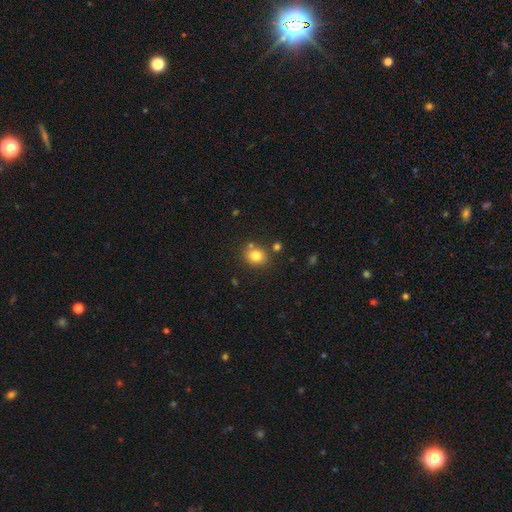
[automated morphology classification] A smooth galaxy with no disk features (80%) that is round (69%). Merging: none (75%).